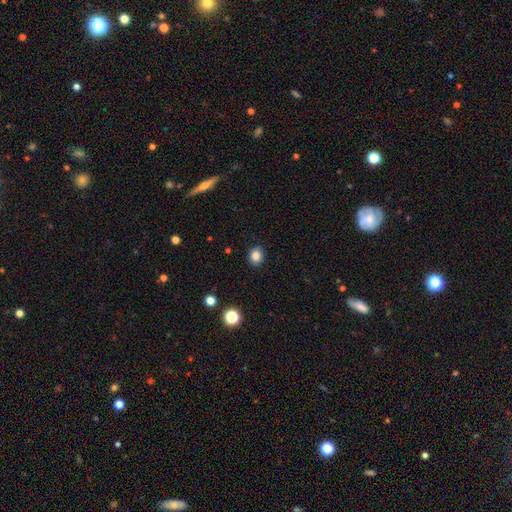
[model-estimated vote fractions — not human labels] Smooth or featured? smooth (84%)
How rounded? round (60%)
Merging? none (90%)